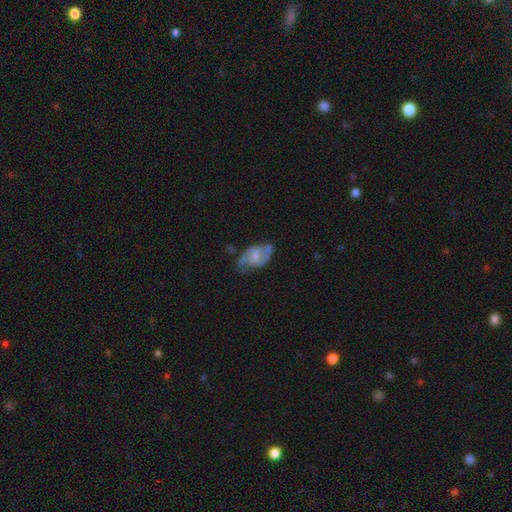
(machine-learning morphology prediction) Smooth or featured? Predicted: featured or disk (p=0.68). Edge-on disk? Predicted: no (p=0.96). Bar? Predicted: no (p=0.56). Spiral arms? Predicted: yes (p=0.85). Spiral winding? Predicted: medium (p=0.45). Spiral arm count? Predicted: 2 (p=0.84). Bulge size? Predicted: small (p=0.40). Merging? Predicted: none (p=0.50).